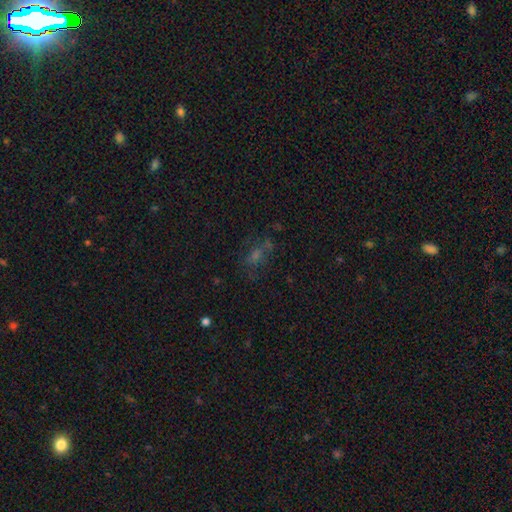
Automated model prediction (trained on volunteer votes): Smooth or featured? Predicted: star or artifact (p=0.42).